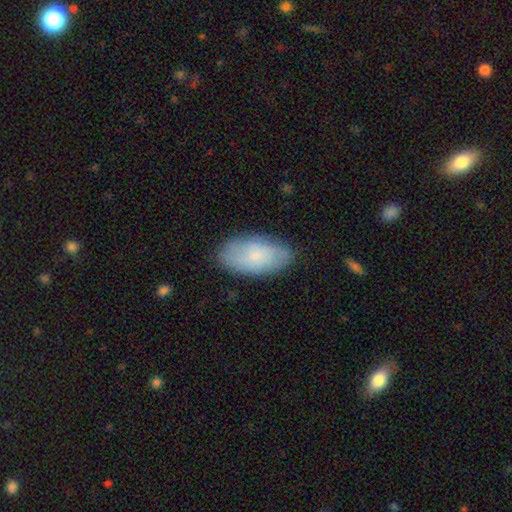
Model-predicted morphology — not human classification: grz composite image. It shows a smooth galaxy with no disk features (67%) that is in between round and cigar-shaped (94%). Merging: none (81%).